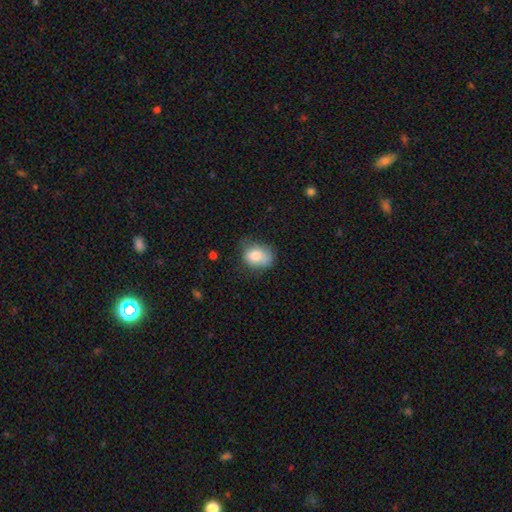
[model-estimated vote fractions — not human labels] A smooth galaxy with no disk features (79%) that is in between round and cigar-shaped (63%). Merging: none (50%).